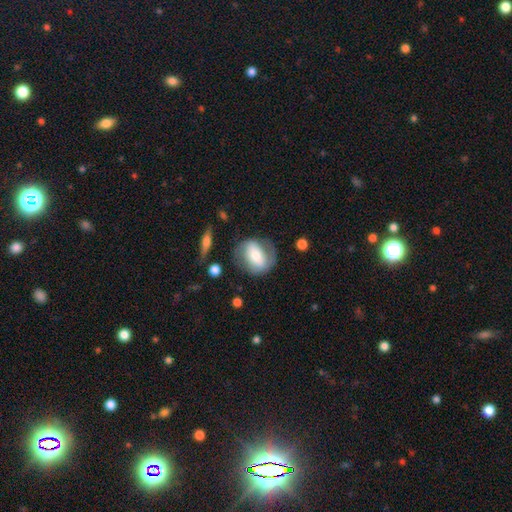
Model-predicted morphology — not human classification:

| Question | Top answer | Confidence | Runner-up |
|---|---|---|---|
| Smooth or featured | featured or disk | 48% | smooth (45%) |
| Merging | none | 68% | minor disturbance (19%) |